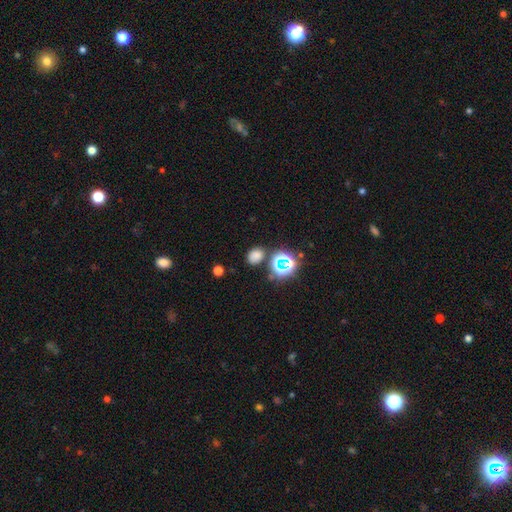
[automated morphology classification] This appears to be a smooth galaxy with no disk features (68%) that is in between round and cigar-shaped (51%). Merging: none (78%).